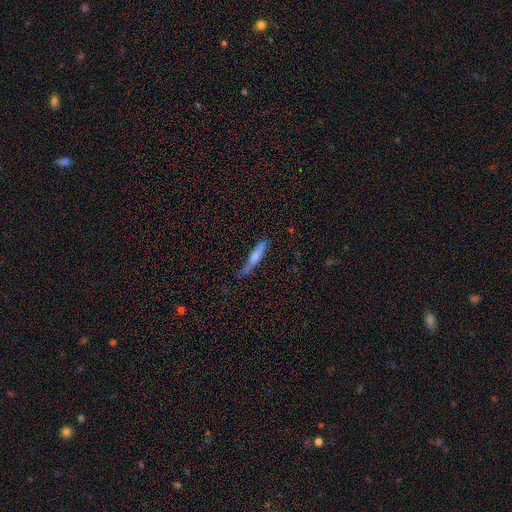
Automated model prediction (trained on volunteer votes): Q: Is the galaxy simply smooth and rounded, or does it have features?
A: smooth — 61%.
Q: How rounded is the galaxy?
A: cigar-shaped — 90%.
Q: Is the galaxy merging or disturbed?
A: none — 68%.